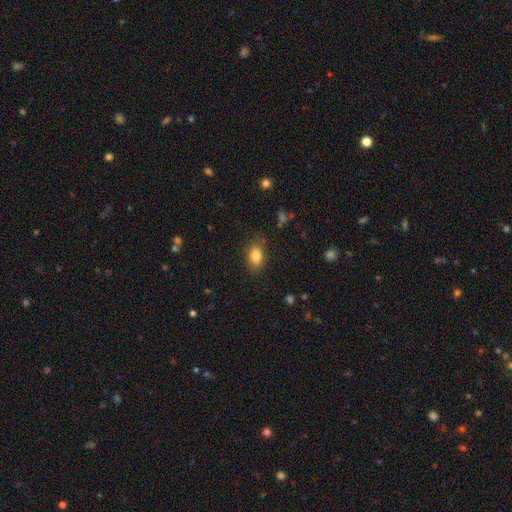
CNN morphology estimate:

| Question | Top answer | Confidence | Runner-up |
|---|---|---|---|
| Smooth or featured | smooth | 84% | star or artifact (9%) |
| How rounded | in between | 83% | round (14%) |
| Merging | none | 83% | minor disturbance (13%) |